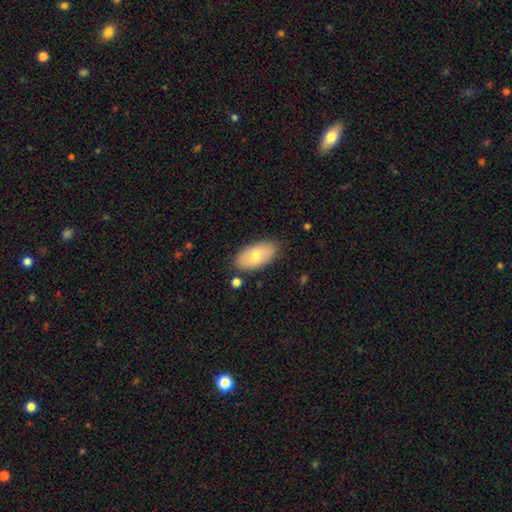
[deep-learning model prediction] Smooth or featured?
  - smooth: 71% *
  - featured or disk: 23%
  - star or artifact: 6%
How rounded?
  - in between: 94% *
  - cigar-shaped: 3%
  - round: 3%
Merging?
  - none: 82% *
  - minor disturbance: 12%
  - merger: 3%
  - major disturbance: 3%